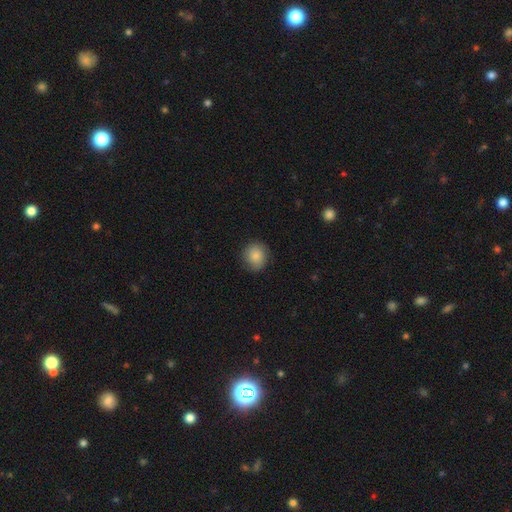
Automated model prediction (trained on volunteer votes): Smooth or featured? Predicted: smooth (p=0.85). How rounded? Predicted: round (p=0.84). Merging? Predicted: none (p=0.82).